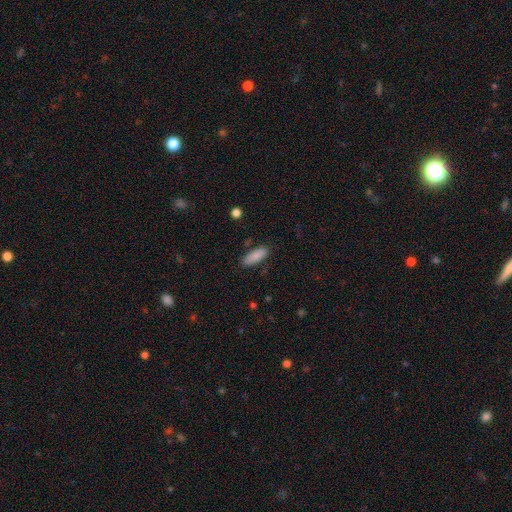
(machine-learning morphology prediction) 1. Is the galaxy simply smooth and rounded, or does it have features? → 85% smooth, 8% featured or disk, 7% star or artifact.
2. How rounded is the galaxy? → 66% in between, 32% cigar-shaped, 2% round.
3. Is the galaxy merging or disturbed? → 83% none, 12% minor disturbance, 3% major disturbance, 2% merger.